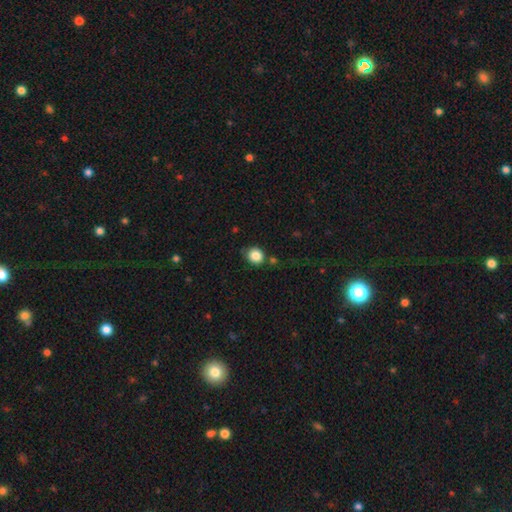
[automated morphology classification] smooth-or-featured: smooth: 85% | star or artifact: 10% | featured or disk: 5%
  how-rounded: round: 75% | in between: 24% | cigar-shaped: 1%
  merging: none: 72% | minor disturbance: 18% | merger: 6% | major disturbance: 4%